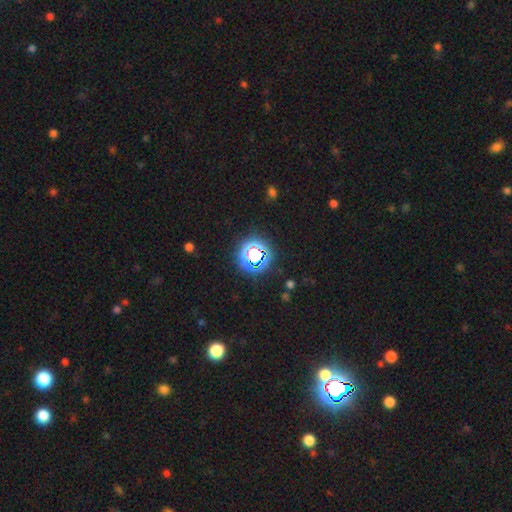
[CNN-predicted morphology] type=star or artifact (74%).